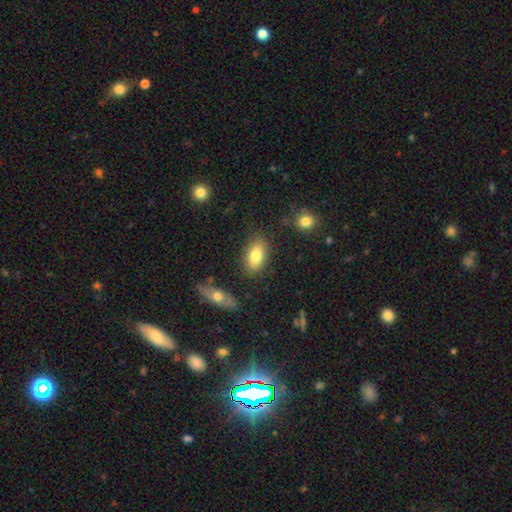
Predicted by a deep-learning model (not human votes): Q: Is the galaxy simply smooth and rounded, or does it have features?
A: smooth — 79%.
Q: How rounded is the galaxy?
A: in between — 90%.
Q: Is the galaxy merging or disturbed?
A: none — 81%.